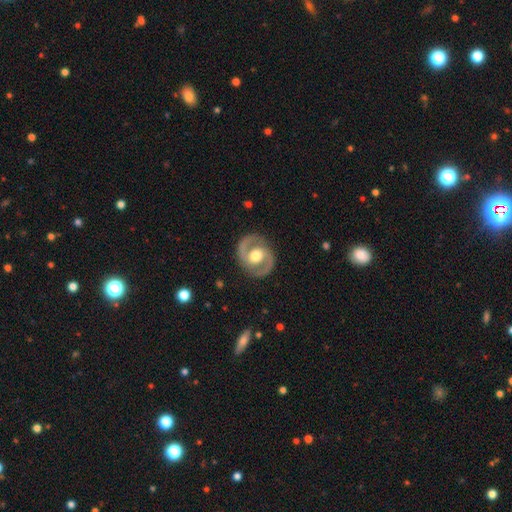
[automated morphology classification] type=featured or disk (86%); edge-on=no (98%); bar=no (48%); spiral arms=yes (89%); winding=medium (58%); arm count=2 (93%); bulge=moderate (68%); merging=none (87%).